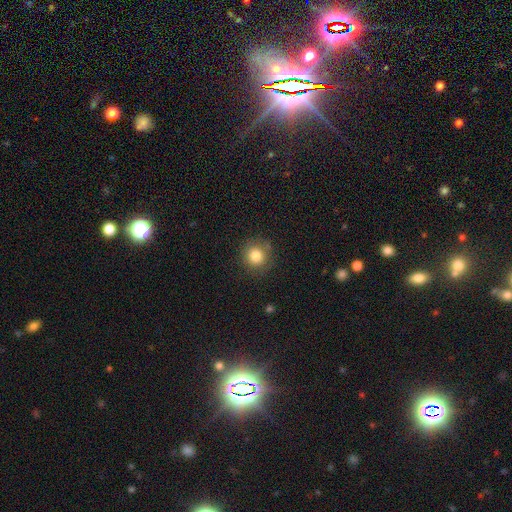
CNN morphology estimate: Smooth or featured? smooth (83%)
How rounded? round (92%)
Merging? none (82%)